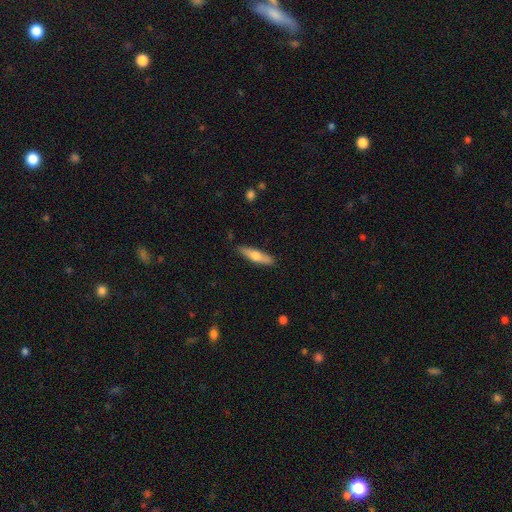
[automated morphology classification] smooth-or-featured: smooth: 58% | featured or disk: 37% | star or artifact: 6%
  how-rounded: cigar-shaped: 72% | in between: 26% | round: 2%
  merging: none: 87% | minor disturbance: 10% | major disturbance: 2% | merger: 1%